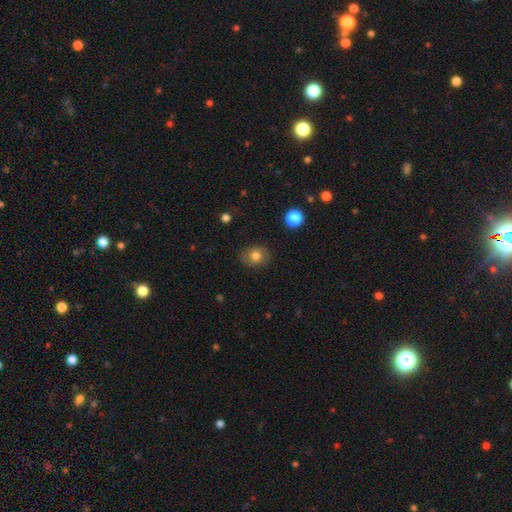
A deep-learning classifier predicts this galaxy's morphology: smooth 78%, featured or disk 12%, star or artifact 10%. Down the decision tree: how rounded — round (55%); merging — none (82%).